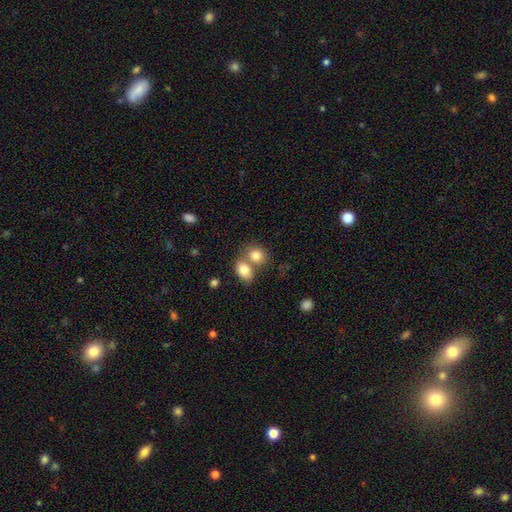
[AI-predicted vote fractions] Smooth or featured? Predicted: smooth (p=0.81). How rounded? Predicted: round (p=0.50). Merging? Predicted: merger (p=0.52).